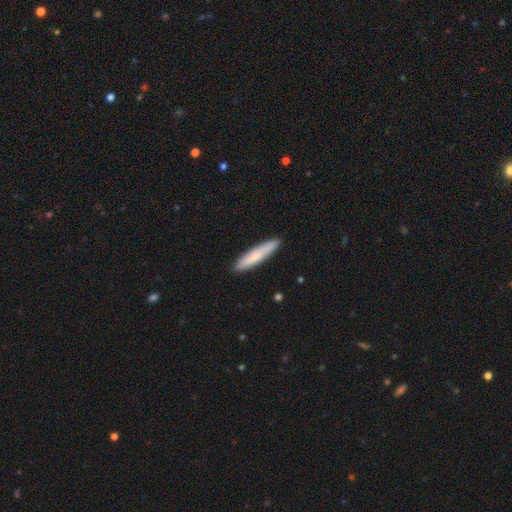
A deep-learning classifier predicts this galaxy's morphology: Smooth or featured: smooth — 76% (featured or disk — 18%)
How rounded: cigar-shaped — 89% (in between — 10%)
Merging: none — 90% (minor disturbance — 8%)